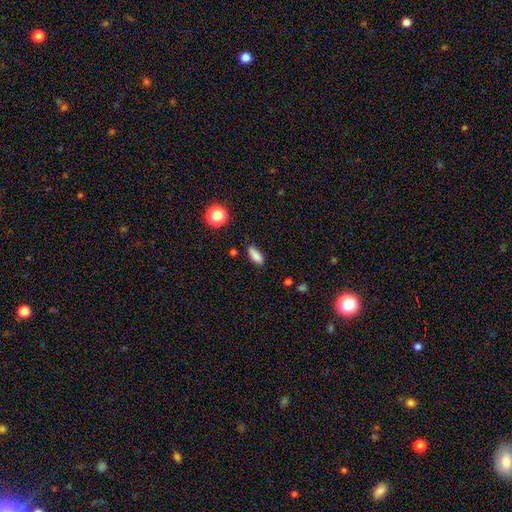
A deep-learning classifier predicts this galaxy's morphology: Smooth or featured? smooth (84%)
How rounded? in between (77%)
Merging? none (75%)